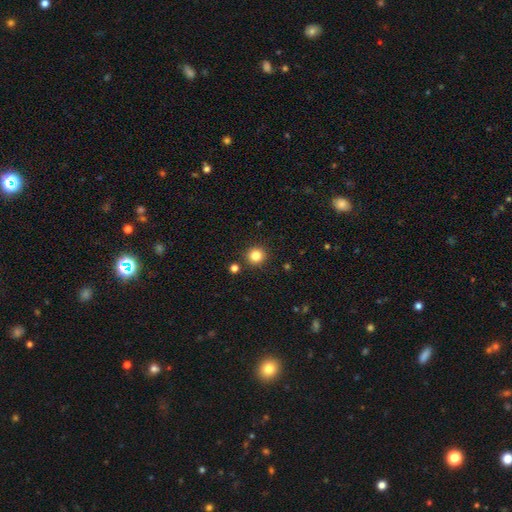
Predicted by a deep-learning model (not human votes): Smooth or featured?
  - smooth: 83% *
  - star or artifact: 12%
  - featured or disk: 5%
How rounded?
  - round: 93% *
  - in between: 6%
  - cigar-shaped: 1%
Merging?
  - none: 89% *
  - minor disturbance: 6%
  - merger: 3%
  - major disturbance: 2%